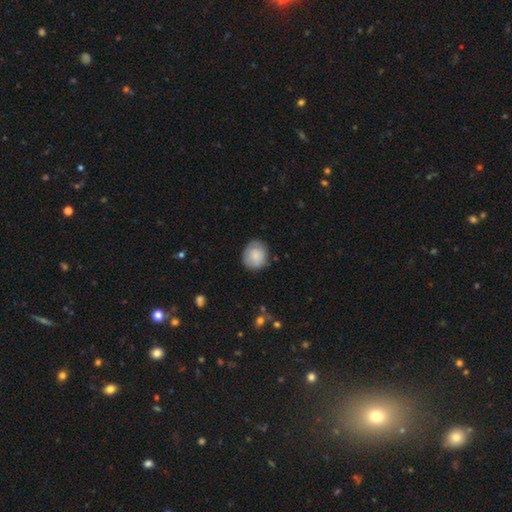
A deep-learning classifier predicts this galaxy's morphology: This appears to be a smooth galaxy with no disk features (78%) that is round (76%). Merging: none (76%).